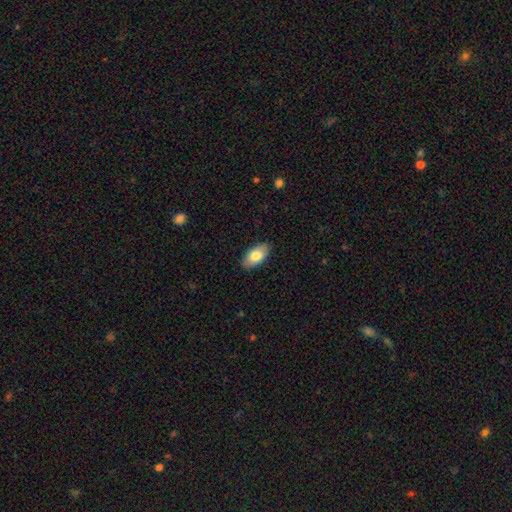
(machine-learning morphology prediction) Smooth or featured? smooth (78%)
How rounded? in between (94%)
Merging? none (88%)